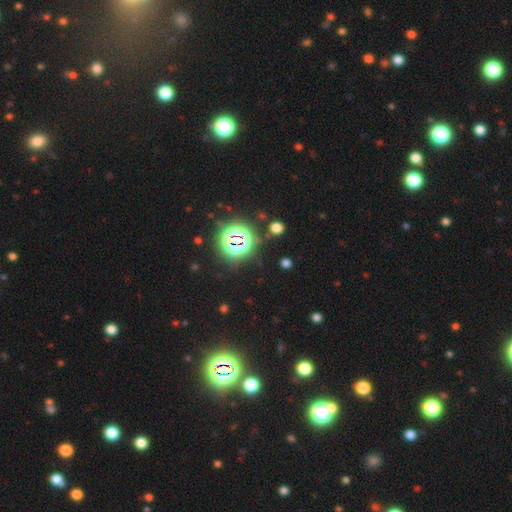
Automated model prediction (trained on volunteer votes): This appears to be a star or artifact, not a galaxy (80%).